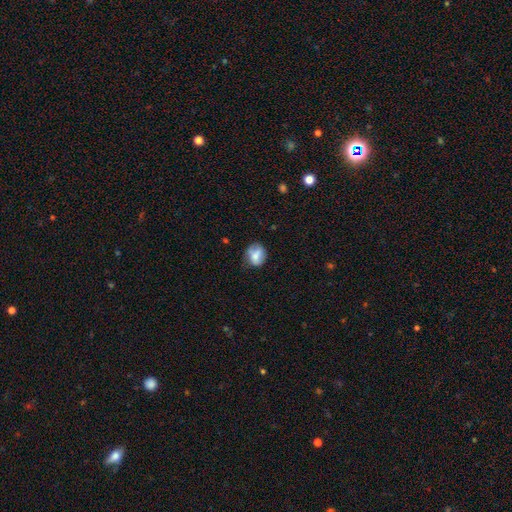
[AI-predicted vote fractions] The model was most divided on "how rounded": round: 56%, in between: 43%, cigar-shaped: 1%. More confident: smooth or featured — smooth (68%); merging — none (58%).